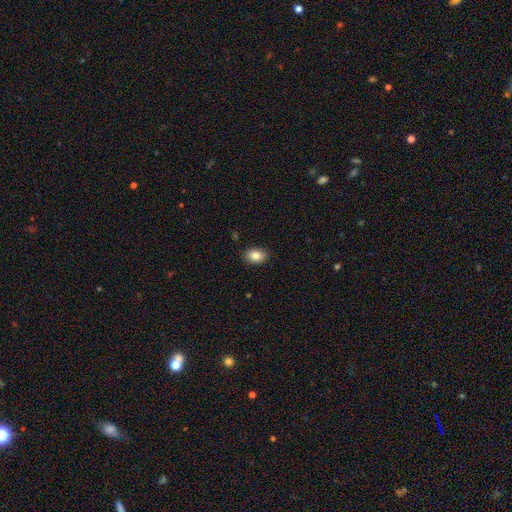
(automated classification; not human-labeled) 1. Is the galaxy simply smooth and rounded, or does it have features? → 83% smooth, 8% featured or disk, 8% star or artifact.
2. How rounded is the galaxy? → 79% in between, 20% round, 1% cigar-shaped.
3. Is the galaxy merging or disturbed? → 89% none, 8% minor disturbance, 2% major disturbance, 1% merger.